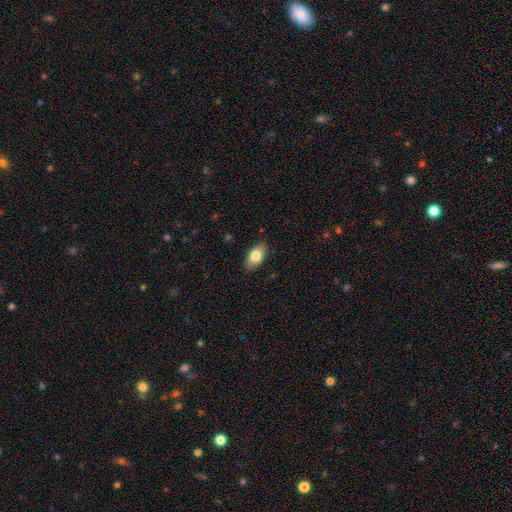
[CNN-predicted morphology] The model was most divided on "smooth or featured": smooth: 81%, featured or disk: 12%, star or artifact: 7%. More confident: how rounded — in between (92%); merging — none (86%).